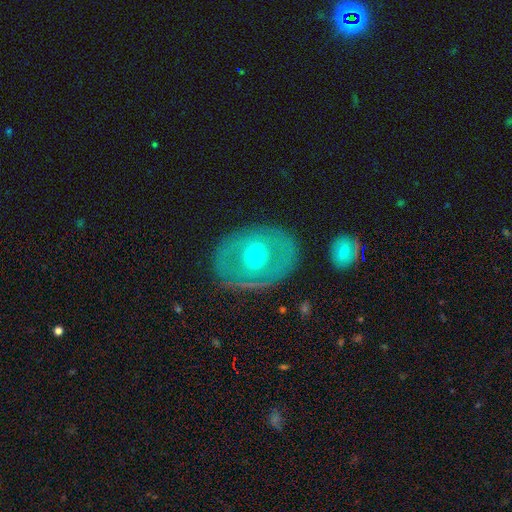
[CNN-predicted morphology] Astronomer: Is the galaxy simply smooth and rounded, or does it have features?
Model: featured or disk — 60%.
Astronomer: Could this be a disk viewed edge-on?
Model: no — 92%.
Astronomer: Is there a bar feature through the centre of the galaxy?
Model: no — 53% (runner-up: weak, 30%).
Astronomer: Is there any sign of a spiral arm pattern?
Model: no — 79%.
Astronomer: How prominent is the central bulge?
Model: moderate — 52% (runner-up: small, 41%).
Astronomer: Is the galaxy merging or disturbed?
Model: none — 79%.